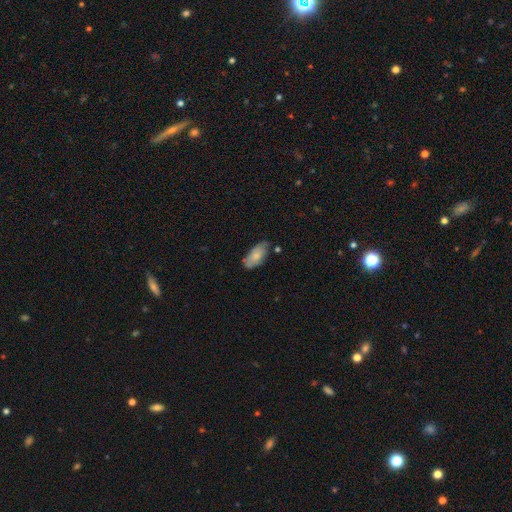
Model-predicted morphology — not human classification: This is likely a smooth galaxy (76%). How rounded: clearly in between (91%). Merging: likely none (61%).